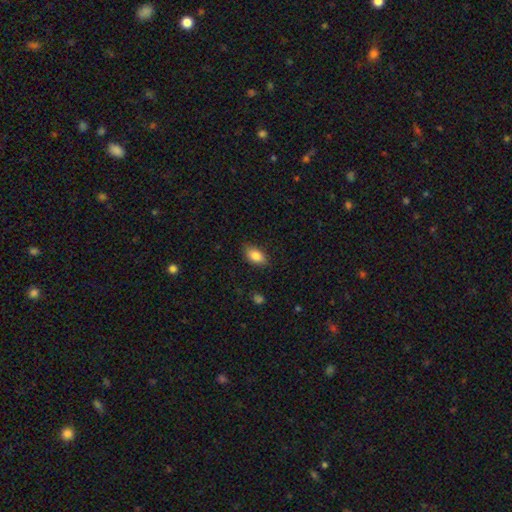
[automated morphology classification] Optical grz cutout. It shows a smooth galaxy with no disk features (83%) that is in between round and cigar-shaped (90%). Merging: none (84%).